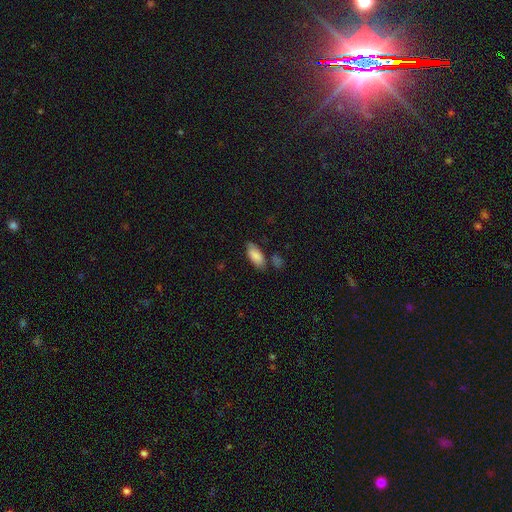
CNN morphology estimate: Smooth or featured?
  - smooth: 84% *
  - featured or disk: 9%
  - star or artifact: 7%
How rounded?
  - in between: 86% *
  - cigar-shaped: 12%
  - round: 2%
Merging?
  - none: 68% *
  - minor disturbance: 19%
  - merger: 8%
  - major disturbance: 5%